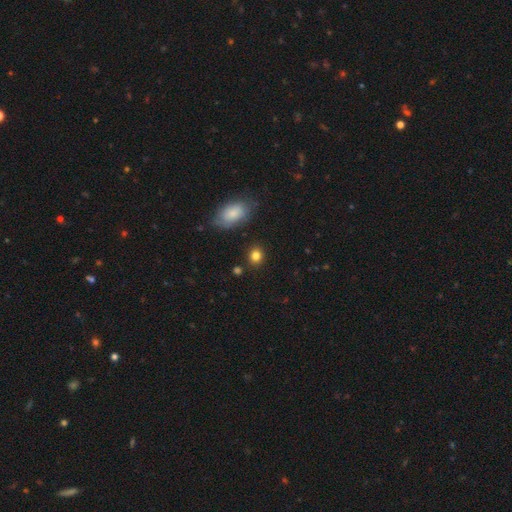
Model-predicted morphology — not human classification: Smooth or featured: smooth — 83% (star or artifact — 11%)
How rounded: round — 65% (in between — 33%)
Merging: none — 86% (minor disturbance — 9%)